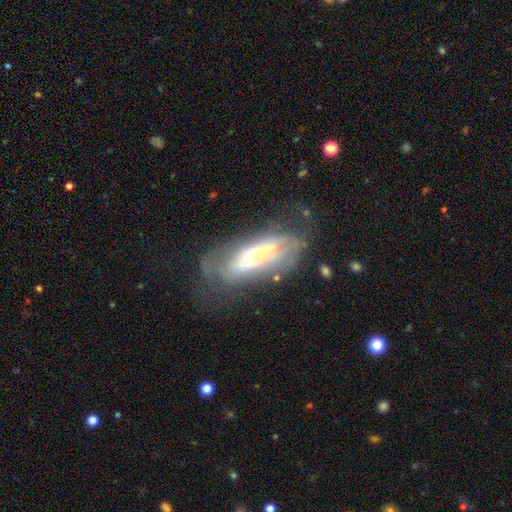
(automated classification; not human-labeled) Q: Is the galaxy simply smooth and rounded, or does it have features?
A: featured or disk — 65%.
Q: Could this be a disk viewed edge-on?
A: no — 79%.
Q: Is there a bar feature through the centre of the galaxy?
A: no — 56%.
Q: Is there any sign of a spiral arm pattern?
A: yes — 57%.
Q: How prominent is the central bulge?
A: small — 56%.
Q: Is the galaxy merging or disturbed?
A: none — 48%.